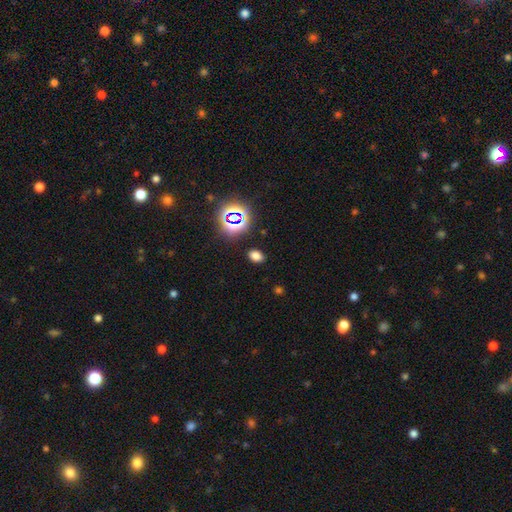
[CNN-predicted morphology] A smooth galaxy with no disk features (71%) that is in between round and cigar-shaped (77%).

Vote fractions:
- Smooth or featured? smooth: 71% / star or artifact: 23% / featured or disk: 6%
- How rounded? in between: 77% / round: 22% / cigar-shaped: 1%
- Merging? none: 88% / minor disturbance: 8% / major disturbance: 3% / merger: 2%